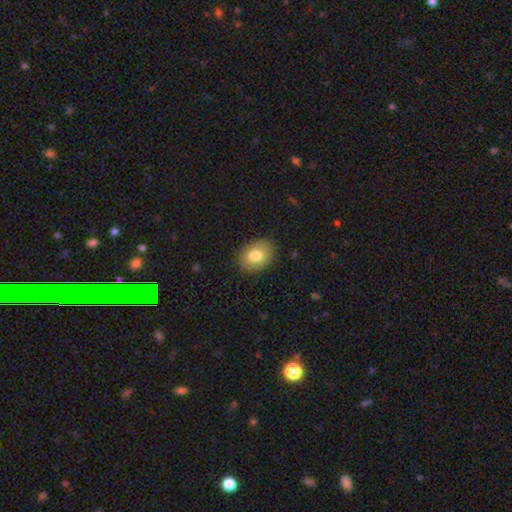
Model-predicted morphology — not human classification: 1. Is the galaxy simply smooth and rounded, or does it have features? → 77% smooth, 15% featured or disk, 8% star or artifact.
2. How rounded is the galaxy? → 66% in between, 33% round, 1% cigar-shaped.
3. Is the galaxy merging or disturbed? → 86% none, 10% minor disturbance, 3% major disturbance, 1% merger.